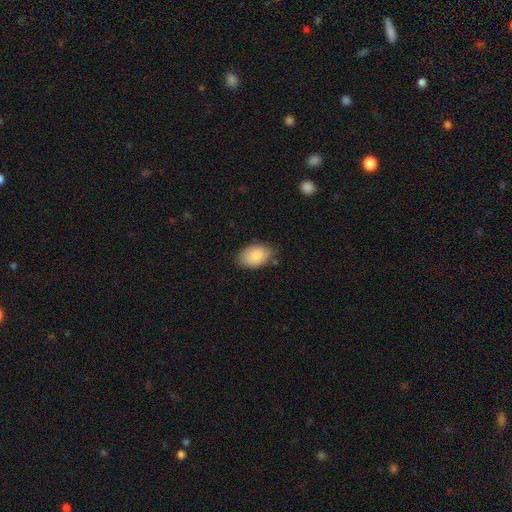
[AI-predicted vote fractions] smooth 85%, featured or disk 9%, star or artifact 6%. Down the decision tree: how rounded — in between (90%); merging — none (76%).